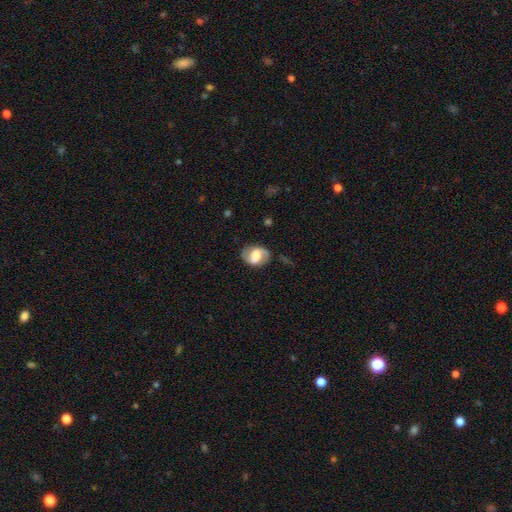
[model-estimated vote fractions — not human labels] This is likely a featured or disk galaxy (61%). It is clearly not viewed edge-on (96%). Bar: marginally weak (42%). Spiral arm pattern: clearly yes (81%). Central bulge: marginally large (40%). Merging: likely none (77%).